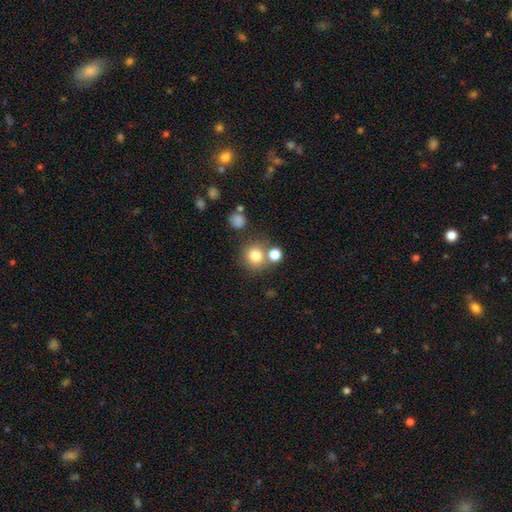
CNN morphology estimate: A smooth galaxy with no disk features (78%) that is round (89%). Merging: none (67%).